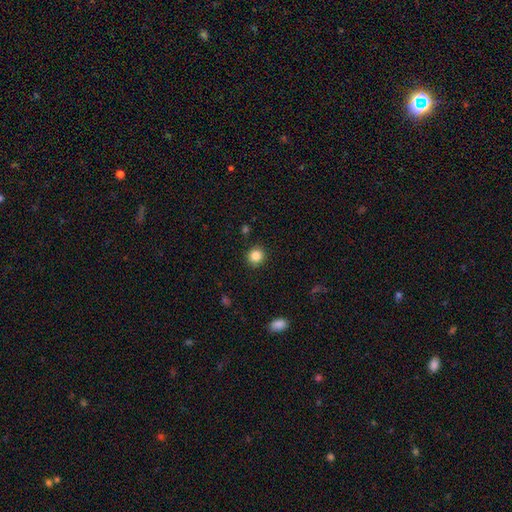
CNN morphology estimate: smooth_or_featured: smooth (p=0.85) [alt: star or artifact p=0.11]
how_rounded: round (p=0.89) [alt: in between p=0.10]
merging: none (p=0.91) [alt: minor disturbance p=0.06]